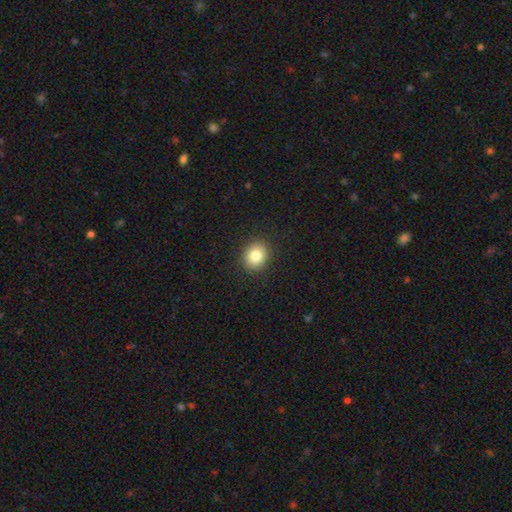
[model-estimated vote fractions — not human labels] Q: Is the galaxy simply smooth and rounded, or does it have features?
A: smooth — 83%.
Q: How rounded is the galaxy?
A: round — 69%.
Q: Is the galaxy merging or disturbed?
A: none — 91%.